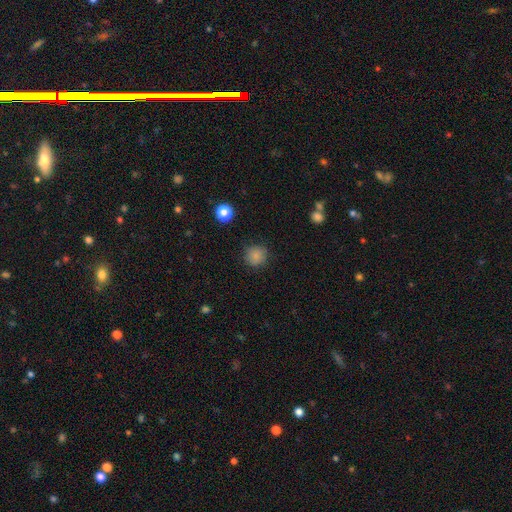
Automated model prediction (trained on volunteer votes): A smooth galaxy with no disk features (84%) that is round (90%).

Vote fractions:
- Smooth or featured? smooth: 84% / star or artifact: 11% / featured or disk: 5%
- How rounded? round: 90% / in between: 9% / cigar-shaped: 1%
- Merging? none: 83% / minor disturbance: 12% / major disturbance: 3% / merger: 1%